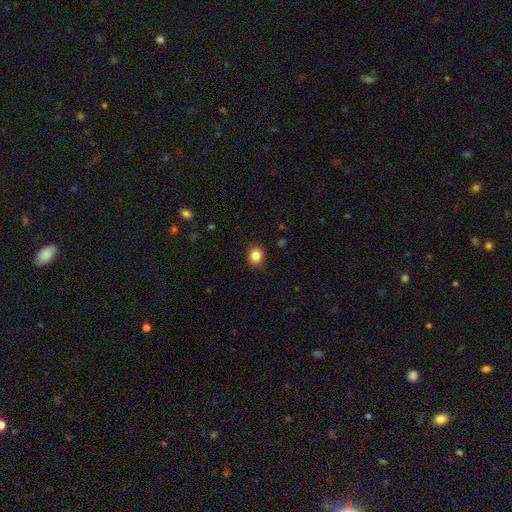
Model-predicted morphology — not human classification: smooth_or_featured: smooth (p=0.85) [alt: star or artifact p=0.10]
how_rounded: round (p=0.58) [alt: in between p=0.41]
merging: none (p=0.89) [alt: minor disturbance p=0.08]